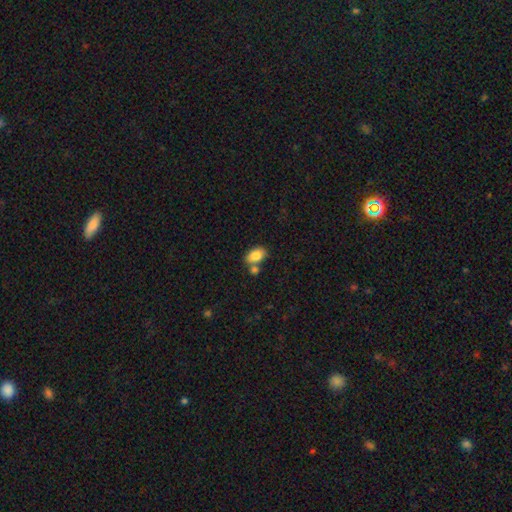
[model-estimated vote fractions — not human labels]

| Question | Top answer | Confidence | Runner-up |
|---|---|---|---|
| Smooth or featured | smooth | 83% | featured or disk (10%) |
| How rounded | in between | 88% | round (11%) |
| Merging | none | 58% | merger (27%) |